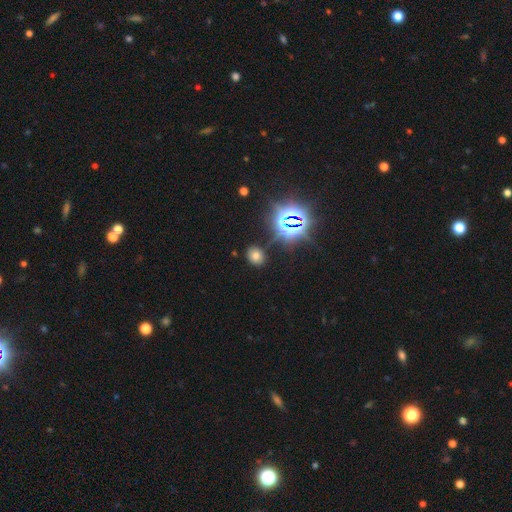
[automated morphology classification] type=smooth (59%); roundness=round (59%); merging=none (82%).